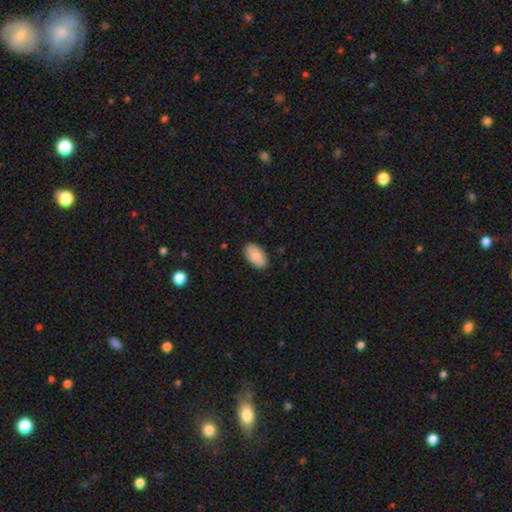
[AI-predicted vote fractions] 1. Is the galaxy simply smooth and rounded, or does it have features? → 86% smooth, 8% featured or disk, 6% star or artifact.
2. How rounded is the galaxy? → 95% in between, 4% round, 2% cigar-shaped.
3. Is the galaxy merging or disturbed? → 88% none, 9% minor disturbance, 2% major disturbance, 1% merger.